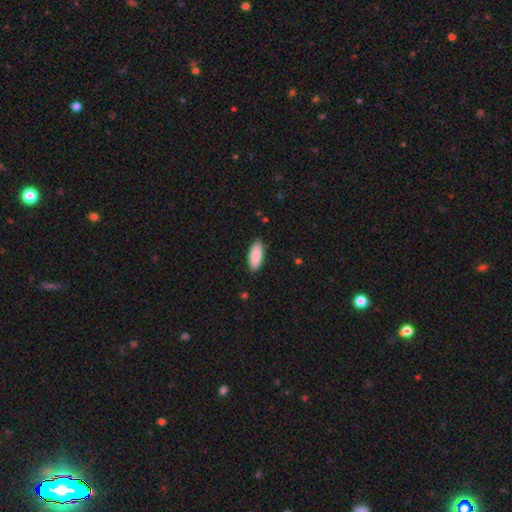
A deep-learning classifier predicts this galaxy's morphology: Smooth or featured?
  - smooth: 89% *
  - featured or disk: 6%
  - star or artifact: 6%
How rounded?
  - in between: 83% *
  - cigar-shaped: 16%
  - round: 2%
Merging?
  - none: 87% *
  - minor disturbance: 10%
  - major disturbance: 2%
  - merger: 1%